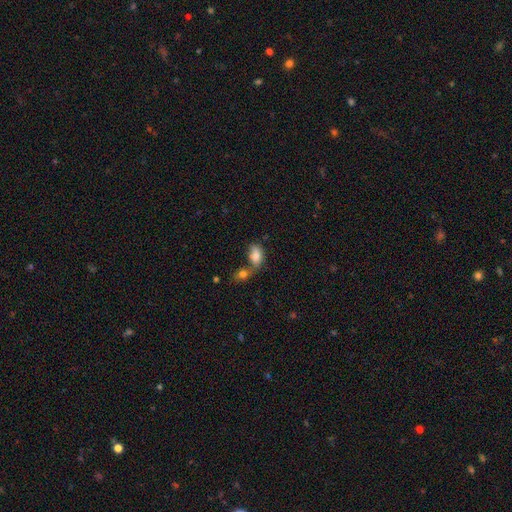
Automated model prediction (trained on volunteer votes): Smooth or featured? Predicted: smooth (p=0.81). How rounded? Predicted: in between (p=0.88). Merging? Predicted: merger (p=0.45).